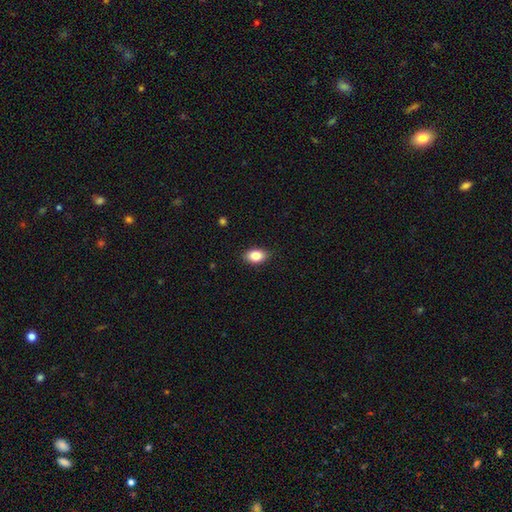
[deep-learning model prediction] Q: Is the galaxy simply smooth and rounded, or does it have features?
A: smooth — 84%.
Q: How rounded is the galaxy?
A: in between — 86%.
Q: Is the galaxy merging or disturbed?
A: none — 88%.